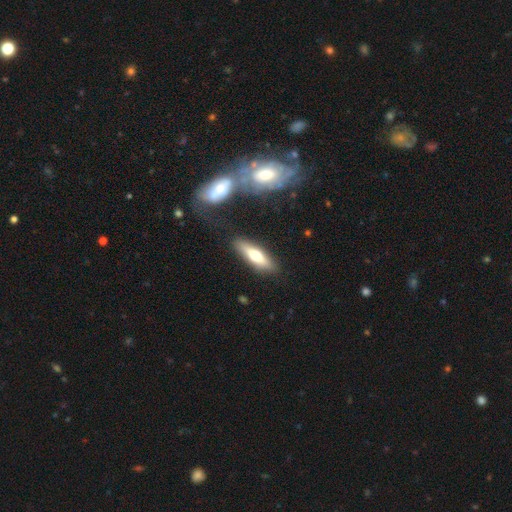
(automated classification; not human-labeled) Smooth or featured: smooth — 59% (featured or disk — 34%)
How rounded: cigar-shaped — 57% (in between — 41%)
Merging: none — 84% (minor disturbance — 10%)